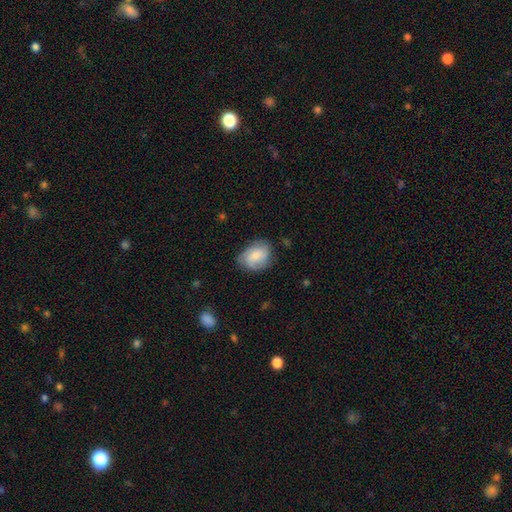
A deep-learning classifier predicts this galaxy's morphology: A smooth galaxy with no disk features (63%) that is in between round and cigar-shaped (63%). Merging: none (67%).